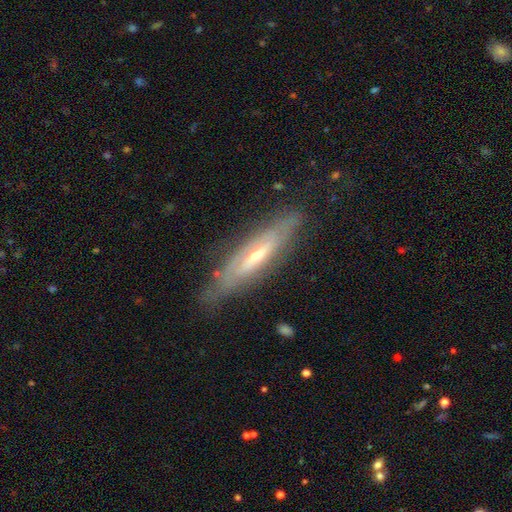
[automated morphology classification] A featured or disk galaxy (74%) viewed edge-on (67%).

Vote fractions:
- Smooth or featured? featured or disk: 74% / smooth: 19% / star or artifact: 6%
- Edge-on disk? yes: 67% / no: 33%
- Merging? none: 75% / minor disturbance: 19% / major disturbance: 5% / merger: 1%